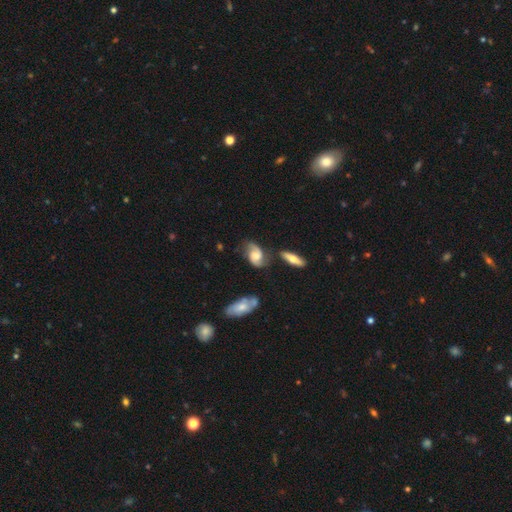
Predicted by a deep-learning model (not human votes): Smooth or featured? featured or disk (70%)
Edge-on disk? no (94%)
Bar? no (61%)
Spiral arms? yes (92%)
Spiral winding? medium (44%)
Spiral arm count? 2 (87%)
Bulge size? moderate (51%)
Merging? none (59%)